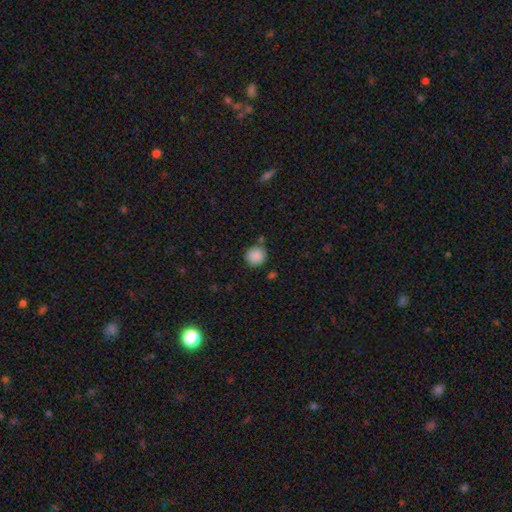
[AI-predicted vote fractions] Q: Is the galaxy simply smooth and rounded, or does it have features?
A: smooth — 88%.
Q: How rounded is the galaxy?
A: round — 90%.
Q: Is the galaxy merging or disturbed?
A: none — 75%.